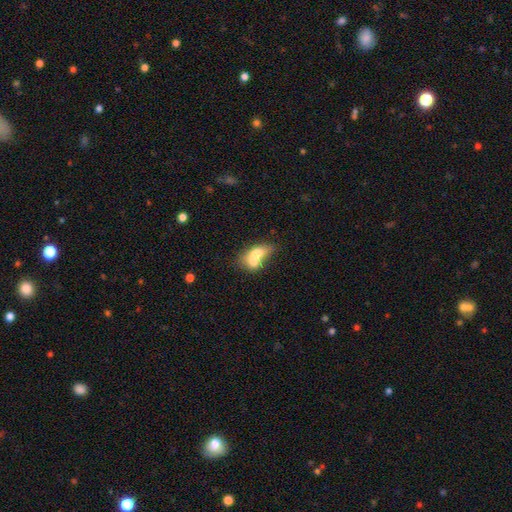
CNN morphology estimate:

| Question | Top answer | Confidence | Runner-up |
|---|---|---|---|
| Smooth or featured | smooth | 64% | featured or disk (28%) |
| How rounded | in between | 69% | round (26%) |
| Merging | merger | 71% | none (17%) |